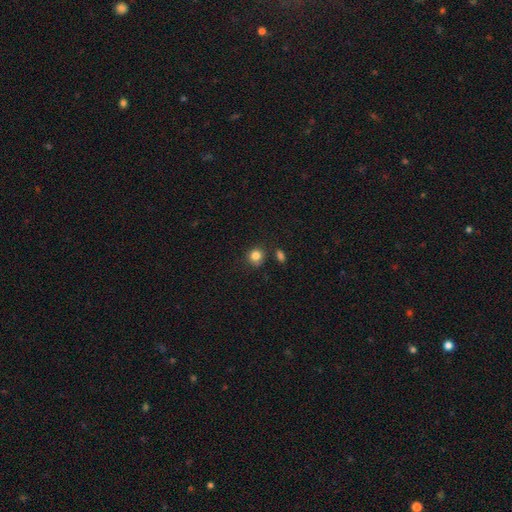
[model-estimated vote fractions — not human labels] This appears to be a smooth galaxy with no disk features (84%) that is round (85%). Merging: none (77%).